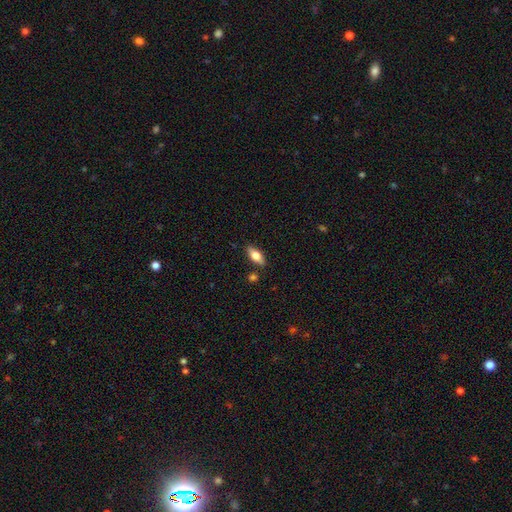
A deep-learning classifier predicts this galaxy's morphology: type=smooth (63%); roundness=in between (77%); merging=none (84%).